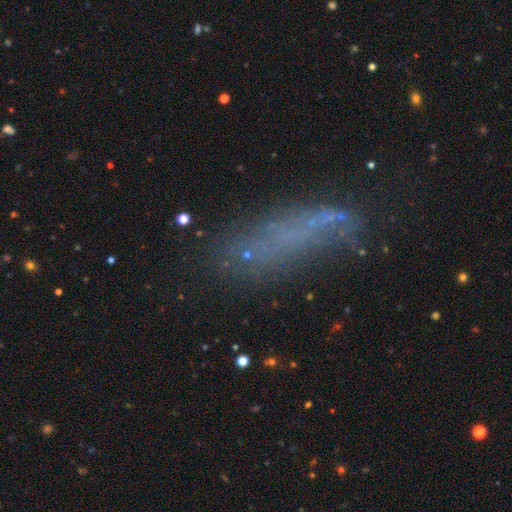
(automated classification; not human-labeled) Q: Smooth or featured?
A: smooth (44%); runner-up: featured or disk (33%)
Q: Merging?
A: none (54%); runner-up: minor disturbance (21%)